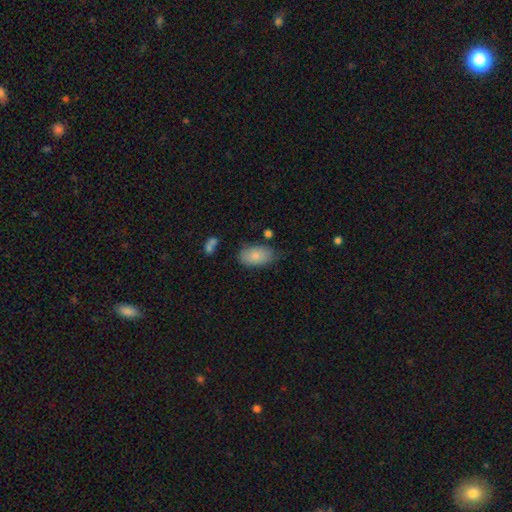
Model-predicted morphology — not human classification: Overall: smooth (81%). How rounded: in between (91%). Merging: none (64%; minor disturbance 25%).